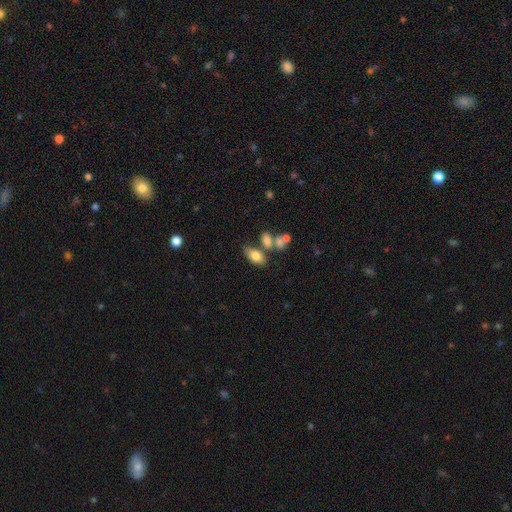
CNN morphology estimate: This is likely a smooth galaxy (78%). How rounded: clearly in between (91%). Merging: possibly none (56%).